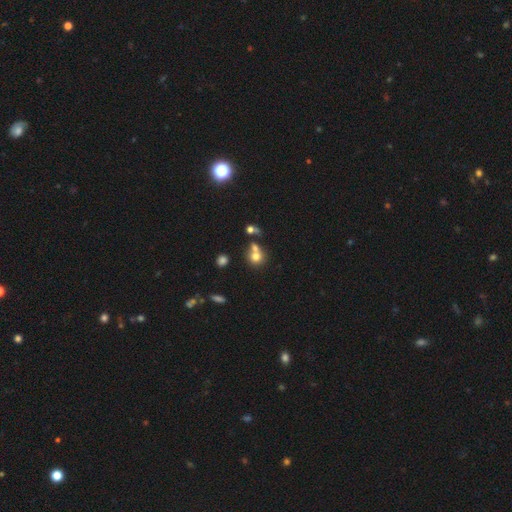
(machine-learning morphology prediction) The model was most divided on "merging": merger: 47%, none: 41%, minor disturbance: 8%, major disturbance: 4%. More confident: how rounded — round (81%); smooth or featured — smooth (72%).